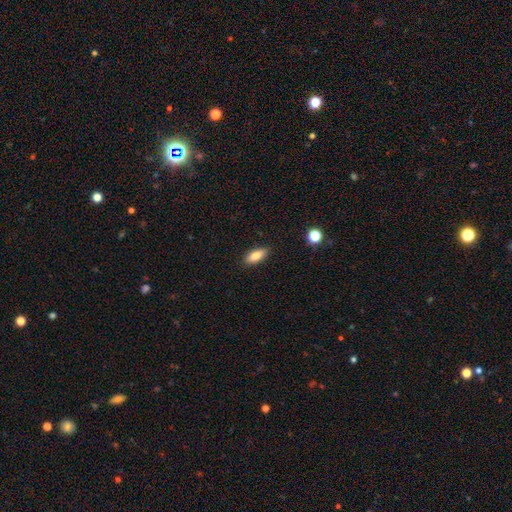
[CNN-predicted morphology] This is clearly a smooth galaxy (81%). How rounded: likely in between (78%). Merging: clearly none (88%).